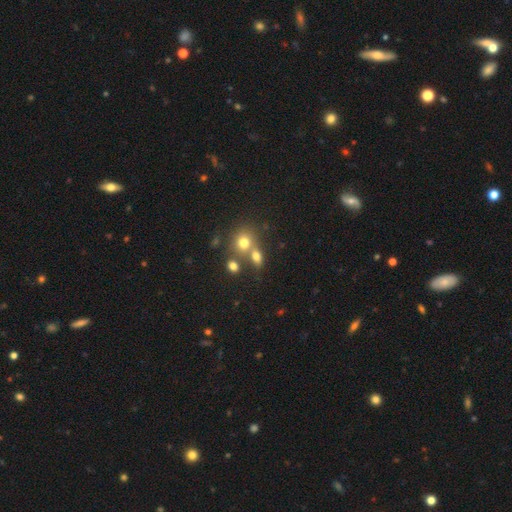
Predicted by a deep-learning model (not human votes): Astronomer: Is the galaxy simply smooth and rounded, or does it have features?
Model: smooth — 66%.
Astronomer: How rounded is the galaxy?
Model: round — 62%.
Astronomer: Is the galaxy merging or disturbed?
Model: none — 44% (runner-up: merger, 43%).